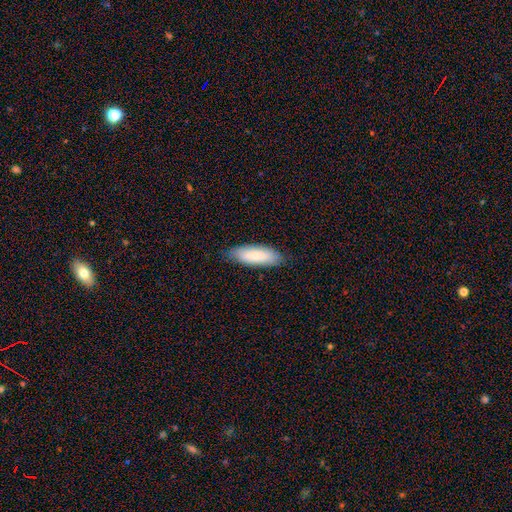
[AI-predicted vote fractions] A smooth galaxy with no disk features (79%) that is in between round and cigar-shaped (61%).

Vote fractions:
- Smooth or featured? smooth: 79% / featured or disk: 15% / star or artifact: 6%
- How rounded? in between: 61% / cigar-shaped: 38% / round: 2%
- Merging? none: 83% / minor disturbance: 13% / major disturbance: 2% / merger: 1%